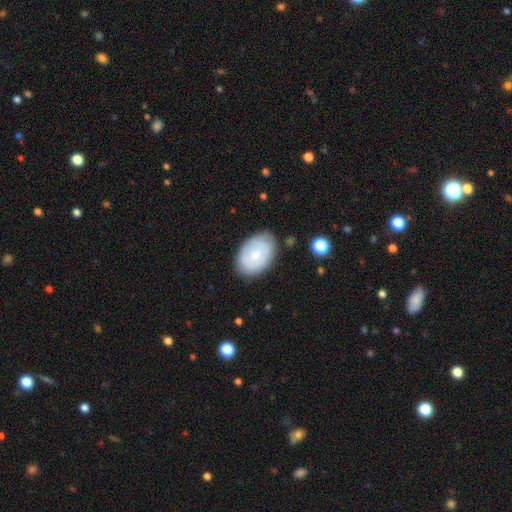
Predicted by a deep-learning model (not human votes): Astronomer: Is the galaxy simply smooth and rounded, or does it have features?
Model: smooth — 59%.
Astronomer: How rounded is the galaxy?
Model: in between — 86%.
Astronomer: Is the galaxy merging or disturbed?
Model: none — 78%.